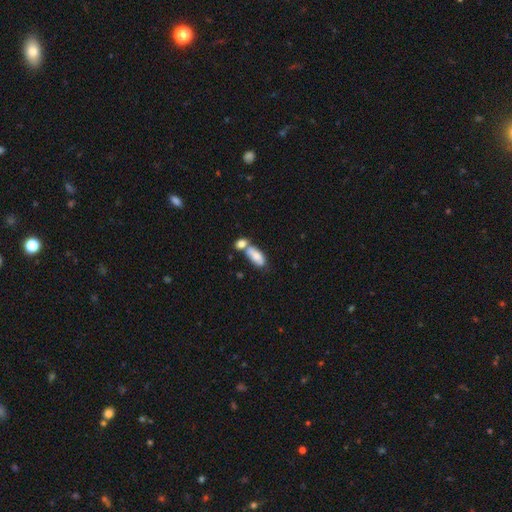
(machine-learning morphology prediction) A smooth galaxy with no disk features (76%) that is in between round and cigar-shaped (85%).

Vote fractions:
- Smooth or featured? smooth: 76% / featured or disk: 17% / star or artifact: 7%
- How rounded? in between: 85% / cigar-shaped: 12% / round: 4%
- Merging? merger: 51% / none: 29% / minor disturbance: 13% / major disturbance: 6%